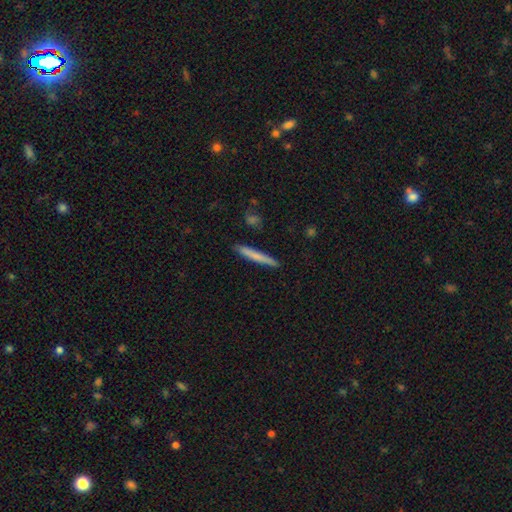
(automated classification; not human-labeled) Smooth or featured? smooth (70%)
How rounded? cigar-shaped (96%)
Merging? none (89%)